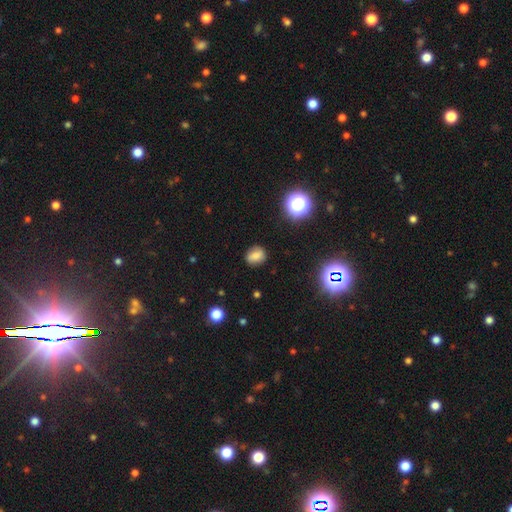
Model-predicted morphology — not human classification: Smooth or featured? Predicted: smooth (p=0.75). How rounded? Predicted: in between (p=0.54). Merging? Predicted: none (p=0.82).